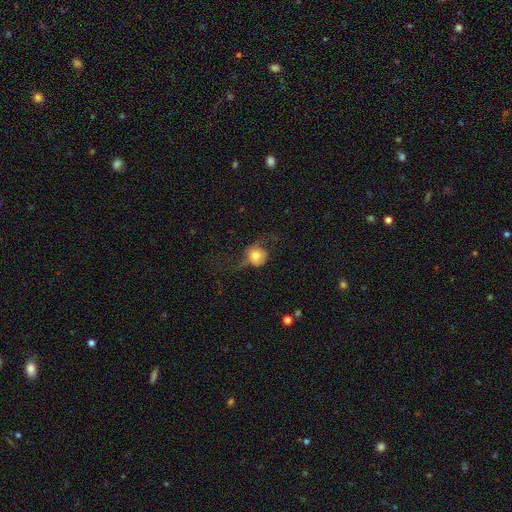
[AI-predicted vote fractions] smooth_or_featured: smooth (p=0.66) [alt: featured or disk p=0.24]
how_rounded: round (p=0.82) [alt: in between p=0.17]
merging: none (p=0.39) [alt: major disturbance p=0.34]